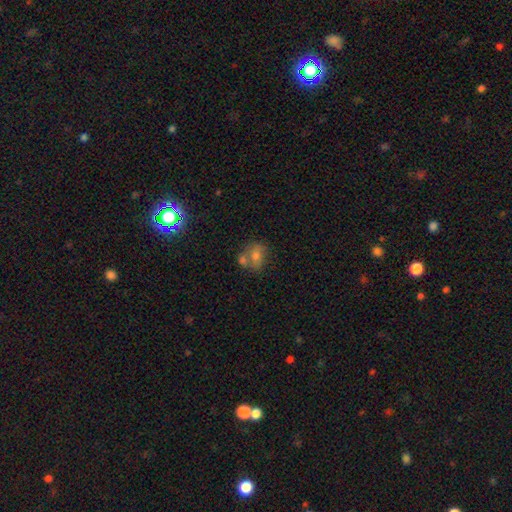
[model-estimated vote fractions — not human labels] smooth-or-featured: smooth: 55% | featured or disk: 23% | star or artifact: 21%
  how-rounded: round: 59% | in between: 40% | cigar-shaped: 2%
  merging: none: 46% | merger: 37% | minor disturbance: 12% | major disturbance: 5%